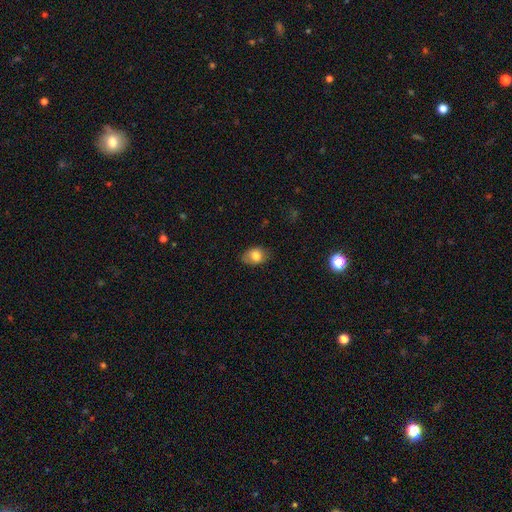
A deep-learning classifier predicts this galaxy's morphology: Overall: smooth (78%). How rounded: in between (78%). Merging: none (77%).